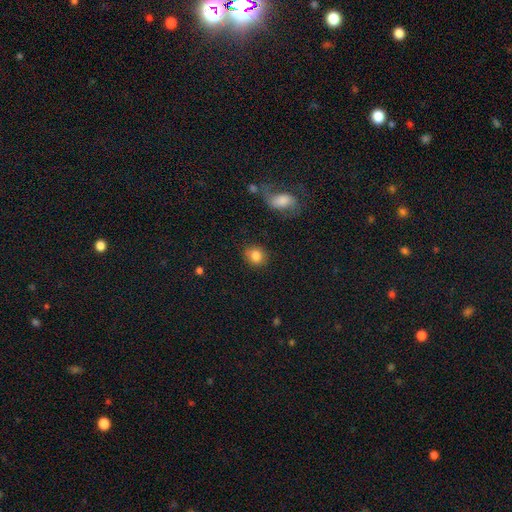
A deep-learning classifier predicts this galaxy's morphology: Smooth or featured: smooth — 83% (star or artifact — 9%)
How rounded: round — 72% (in between — 27%)
Merging: none — 84% (minor disturbance — 10%)